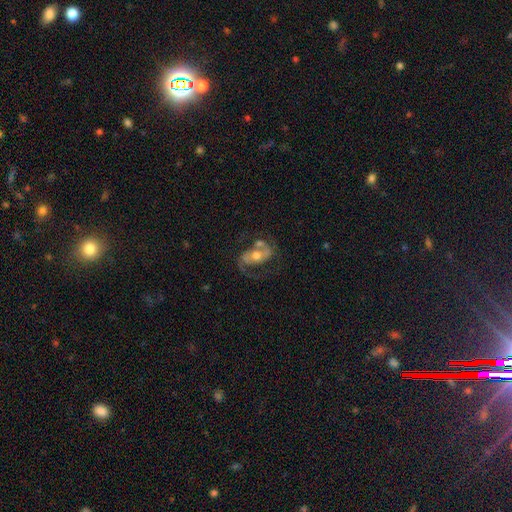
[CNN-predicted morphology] Smooth or featured: featured or disk — 80% (smooth — 12%)
Edge-on disk: no — 96% (yes — 4%)
Bar: no — 54% (weak — 29%)
Spiral arms: yes — 88% (no — 12%)
Spiral winding: medium — 50% (loose — 30%)
Spiral arm count: 2 — 87% (can't tell — 6%)
Bulge size: moderate — 68% (small — 22%)
Merging: none — 56% (minor disturbance — 17%)